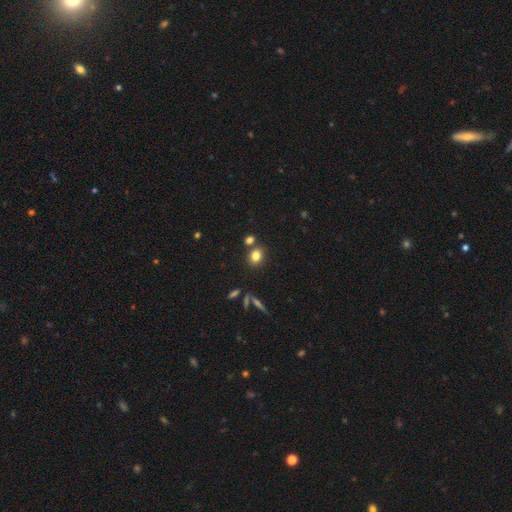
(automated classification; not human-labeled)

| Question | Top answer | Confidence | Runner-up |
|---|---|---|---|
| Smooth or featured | smooth | 79% | star or artifact (13%) |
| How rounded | round | 53% | in between (45%) |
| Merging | none | 72% | merger (15%) |